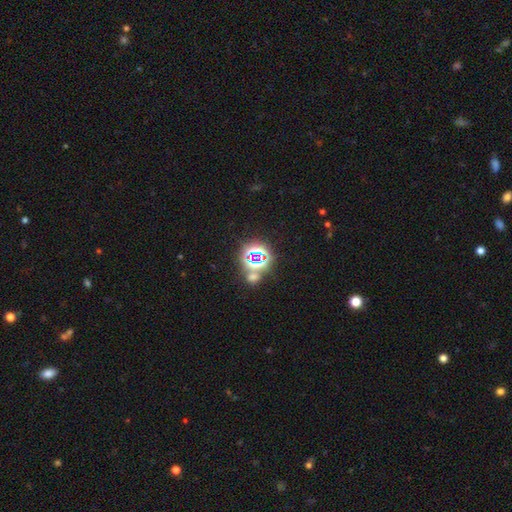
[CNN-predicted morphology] Q: Smooth or featured?
A: star or artifact (69%); runner-up: smooth (20%)